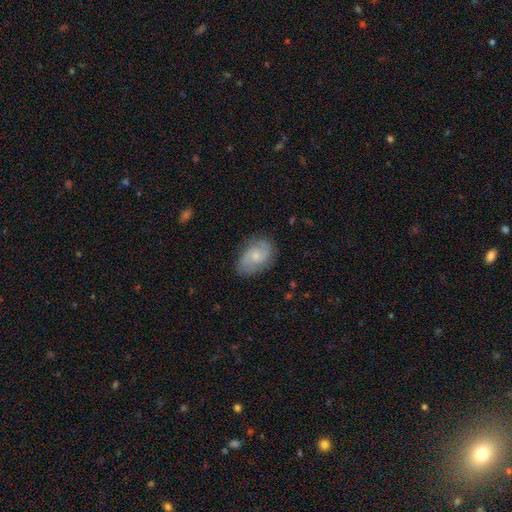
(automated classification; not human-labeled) featured or disk 60%, smooth 33%, star or artifact 7%. Down the decision tree: edge-on disk — no (97%); bar — no (61%); spiral arms — yes (90%); spiral arm count — 2 (79%); spiral winding — medium (47%); bulge size — small (58%); merging — none (74%).